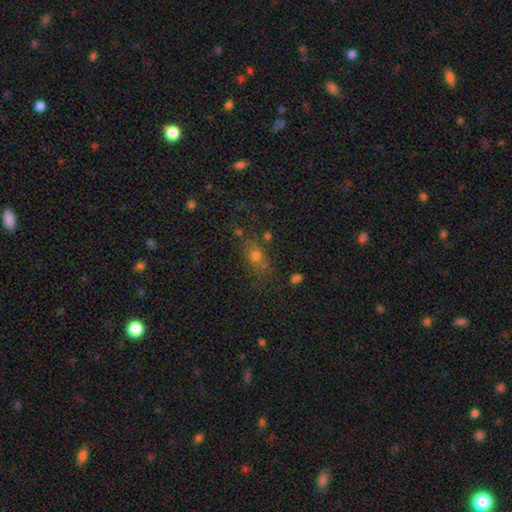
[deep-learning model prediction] smooth_or_featured: smooth (p=0.58) [alt: star or artifact p=0.24]
how_rounded: in between (p=0.53) [alt: round p=0.32]
merging: none (p=0.66) [alt: minor disturbance p=0.17]